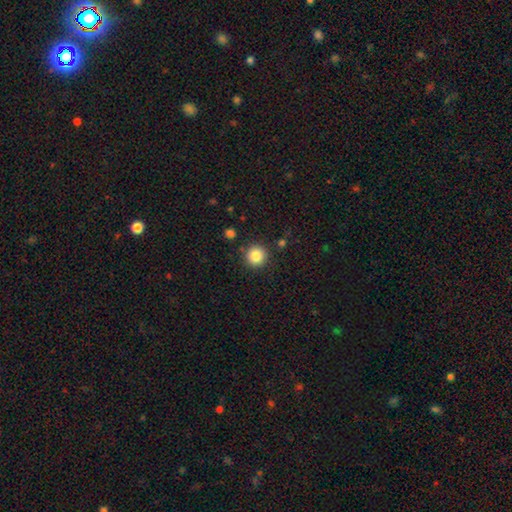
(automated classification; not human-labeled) This is clearly a smooth galaxy (85%). How rounded: clearly round (94%). Merging: clearly none (89%).